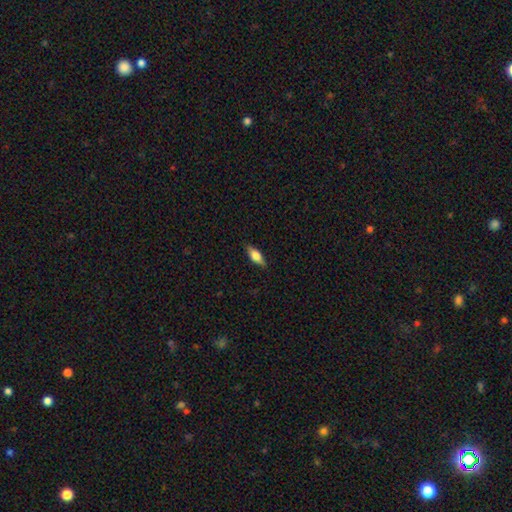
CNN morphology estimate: A smooth galaxy with no disk features (58%) that is in between round and cigar-shaped (68%). Merging: none (87%).